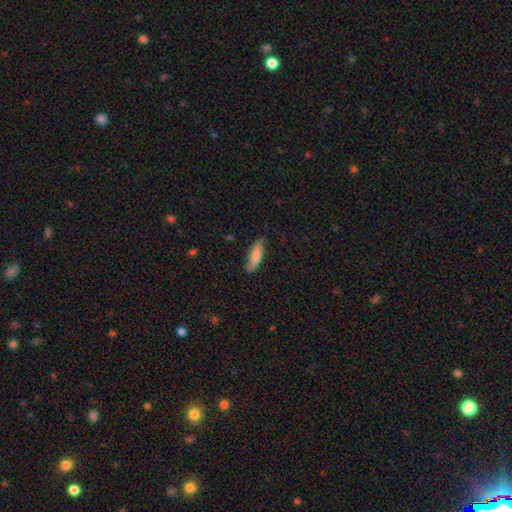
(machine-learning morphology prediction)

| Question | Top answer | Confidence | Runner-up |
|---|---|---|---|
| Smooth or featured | smooth | 69% | featured or disk (24%) |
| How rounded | cigar-shaped | 59% | in between (39%) |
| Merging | none | 69% | minor disturbance (25%) |